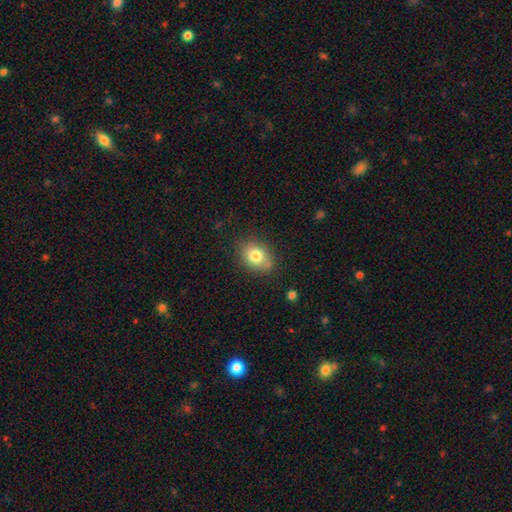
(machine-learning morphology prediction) A smooth galaxy with no disk features (79%) that is in between round and cigar-shaped (62%). Merging: none (77%).